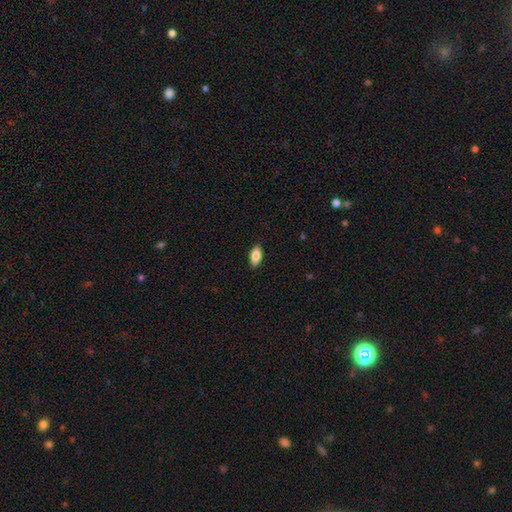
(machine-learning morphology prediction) Smooth or featured: smooth — 80% (featured or disk — 13%)
How rounded: in between — 86% (cigar-shaped — 11%)
Merging: none — 89% (minor disturbance — 8%)